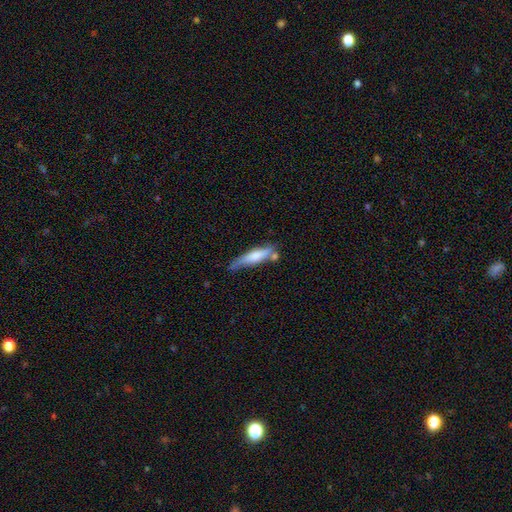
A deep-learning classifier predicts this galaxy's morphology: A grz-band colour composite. It shows a smooth galaxy with no disk features (62%) that is cigar-shaped (79%). Merging: none (50%).